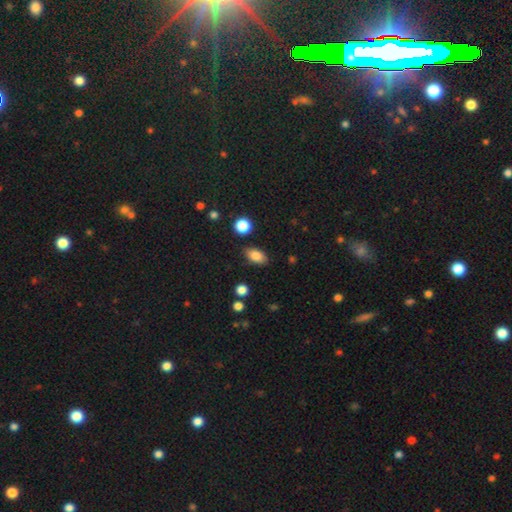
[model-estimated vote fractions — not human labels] Overall: smooth (84%). How rounded: in between (87%). Merging: none (85%).